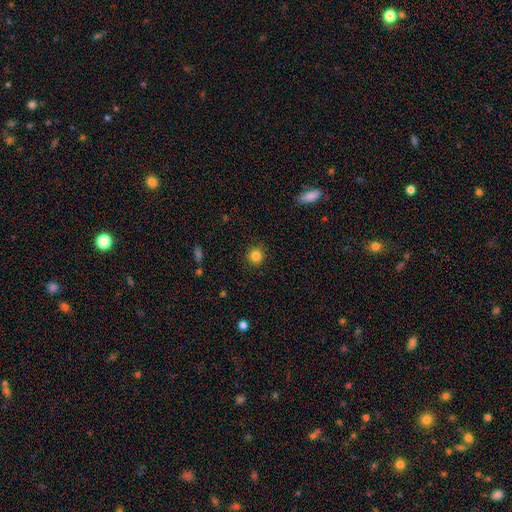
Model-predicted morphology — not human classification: This is clearly a smooth galaxy (84%). How rounded: clearly round (92%). Merging: clearly none (90%).